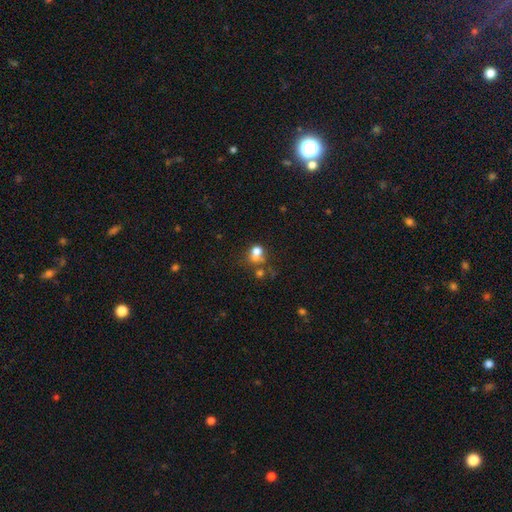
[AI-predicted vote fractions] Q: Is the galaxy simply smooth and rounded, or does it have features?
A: smooth — 68%.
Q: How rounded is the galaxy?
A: round — 63%.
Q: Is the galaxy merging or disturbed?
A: merger — 45%.